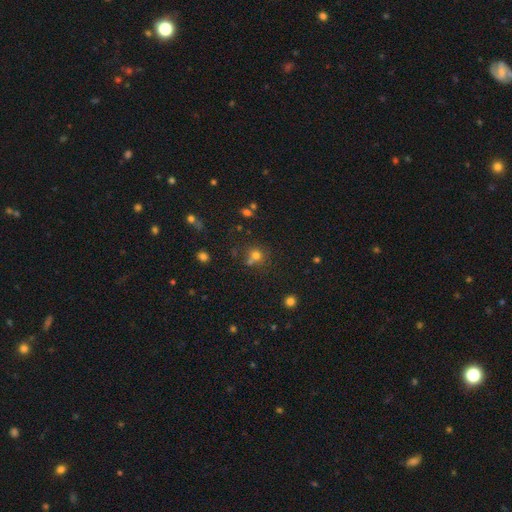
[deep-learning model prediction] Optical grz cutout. It shows a smooth galaxy with no disk features (69%) that is round (85%). Merging: none (56%).